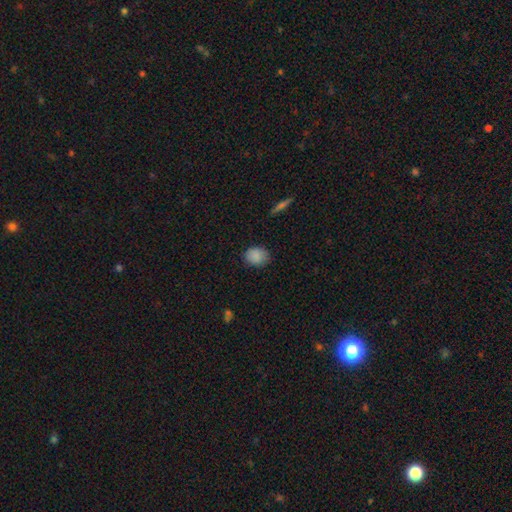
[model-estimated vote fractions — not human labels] A smooth galaxy with no disk features (87%) that is round (51%).

Vote fractions:
- Smooth or featured? smooth: 87% / star or artifact: 8% / featured or disk: 5%
- How rounded? round: 51% / in between: 48% / cigar-shaped: 1%
- Merging? none: 79% / minor disturbance: 17% / major disturbance: 3% / merger: 1%